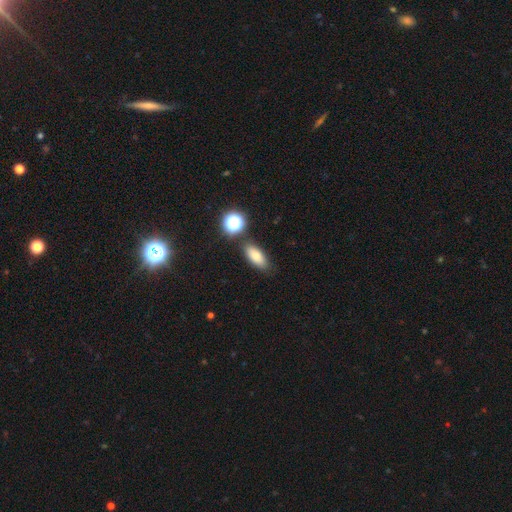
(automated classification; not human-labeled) A smooth galaxy with no disk features (77%) that is in between round and cigar-shaped (80%).

Vote fractions:
- Smooth or featured? smooth: 77% / featured or disk: 12% / star or artifact: 12%
- How rounded? in between: 80% / cigar-shaped: 13% / round: 7%
- Merging? none: 81% / minor disturbance: 10% / merger: 5% / major disturbance: 3%